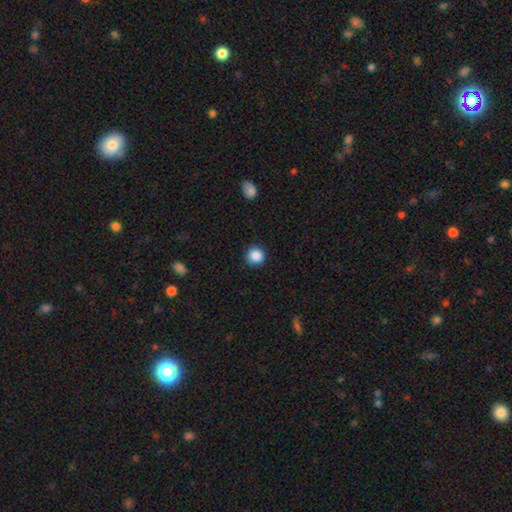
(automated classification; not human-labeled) Smooth or featured: smooth — 88% (star or artifact — 10%)
How rounded: round — 93% (in between — 6%)
Merging: none — 89% (minor disturbance — 8%)